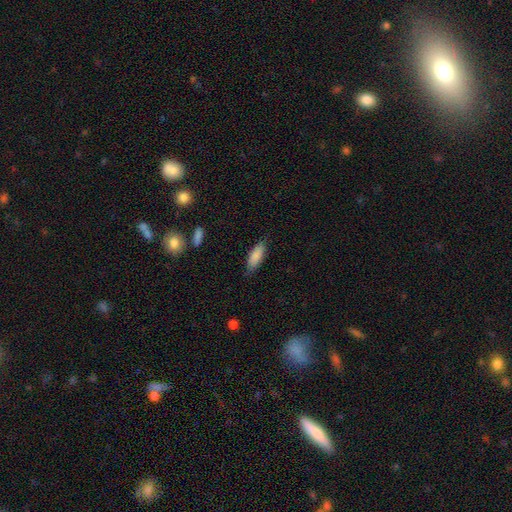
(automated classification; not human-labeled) Smooth or featured?
  - smooth: 86% *
  - featured or disk: 8%
  - star or artifact: 6%
How rounded?
  - in between: 66% *
  - cigar-shaped: 32%
  - round: 2%
Merging?
  - none: 79% *
  - minor disturbance: 16%
  - major disturbance: 3%
  - merger: 1%